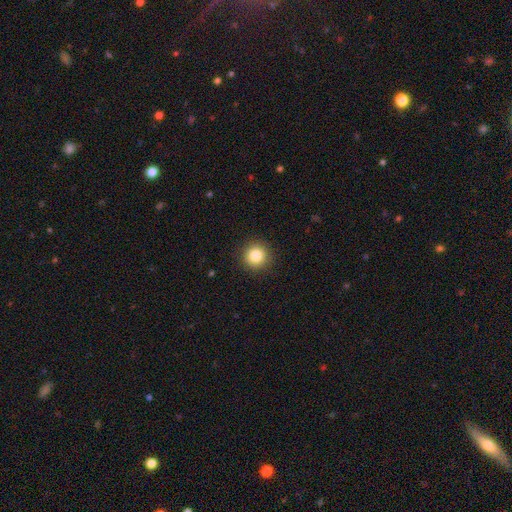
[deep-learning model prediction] This is clearly a smooth galaxy (84%). How rounded: clearly round (94%). Merging: clearly none (91%).